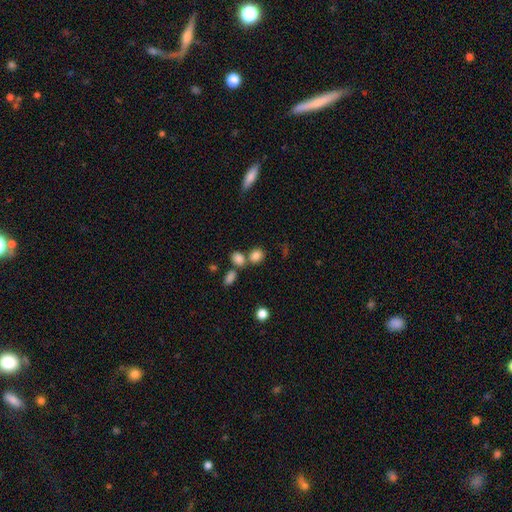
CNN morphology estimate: A smooth galaxy with no disk features (83%) that is round (60%). Merging: none (56%).